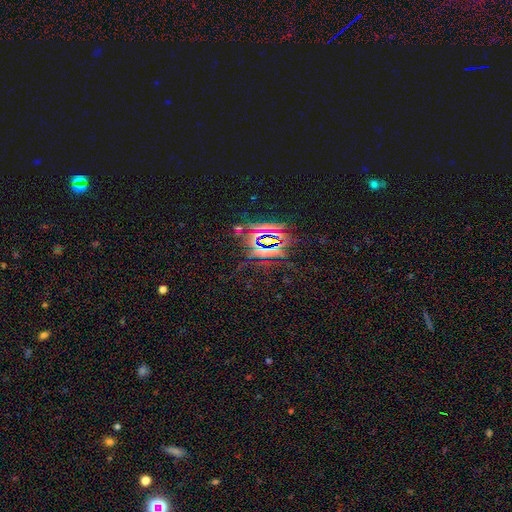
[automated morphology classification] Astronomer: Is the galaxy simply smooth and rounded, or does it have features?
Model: star or artifact — 80%.